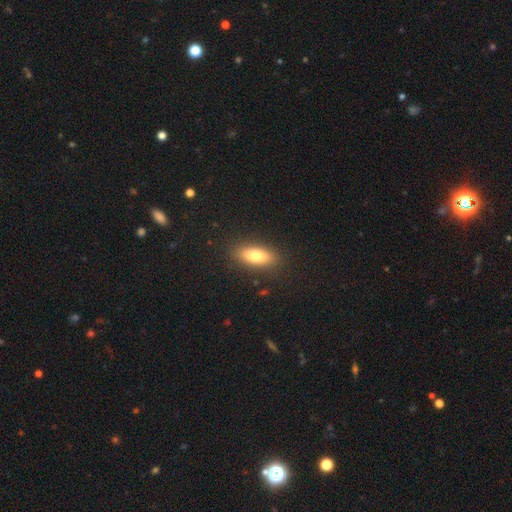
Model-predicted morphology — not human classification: A smooth galaxy with no disk features (75%) that is in between round and cigar-shaped (69%).

Vote fractions:
- Smooth or featured? smooth: 75% / featured or disk: 17% / star or artifact: 7%
- How rounded? in between: 69% / cigar-shaped: 27% / round: 3%
- Merging? none: 88% / minor disturbance: 8% / major disturbance: 3% / merger: 1%